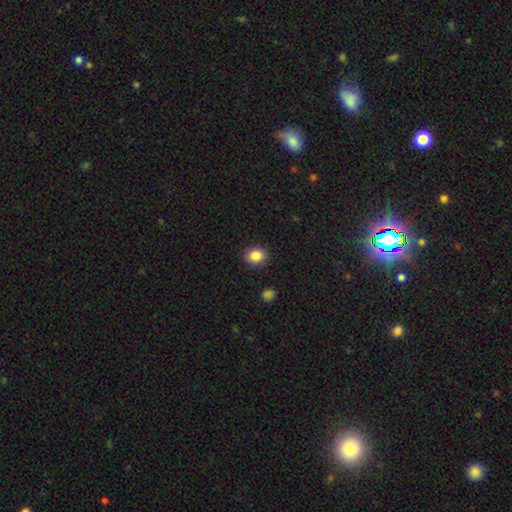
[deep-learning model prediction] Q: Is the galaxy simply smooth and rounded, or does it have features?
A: smooth — 86%.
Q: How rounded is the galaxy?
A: round — 58%.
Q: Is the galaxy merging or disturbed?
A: none — 89%.